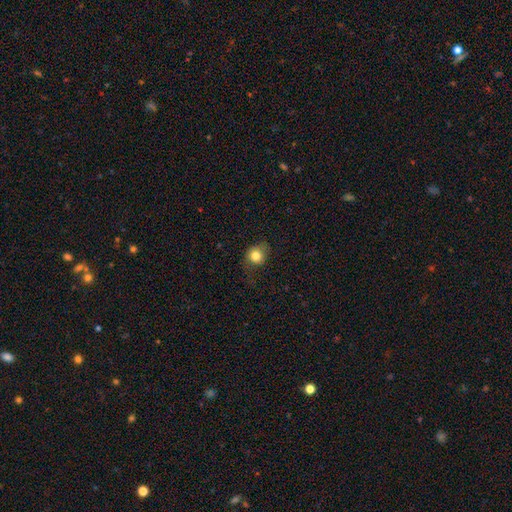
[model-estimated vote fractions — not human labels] This is clearly a smooth galaxy (81%). How rounded: likely round (74%). Merging: likely none (64%).